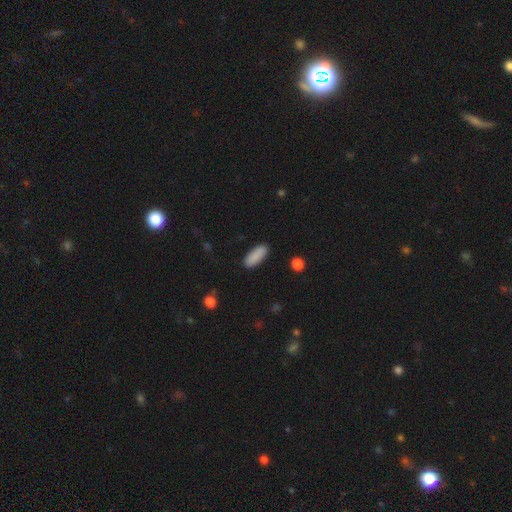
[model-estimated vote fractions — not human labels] Smooth or featured? Predicted: smooth (p=0.90). How rounded? Predicted: in between (p=0.72). Merging? Predicted: none (p=0.89).